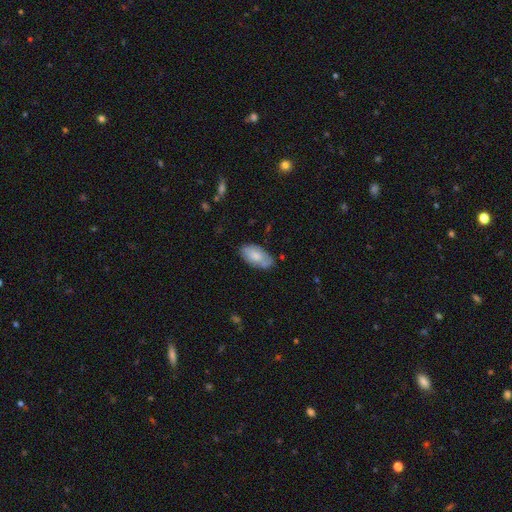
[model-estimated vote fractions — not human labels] Smooth or featured?
  - smooth: 71% *
  - featured or disk: 23%
  - star or artifact: 6%
How rounded?
  - in between: 94% *
  - cigar-shaped: 3%
  - round: 3%
Merging?
  - none: 70% *
  - minor disturbance: 23%
  - major disturbance: 5%
  - merger: 3%